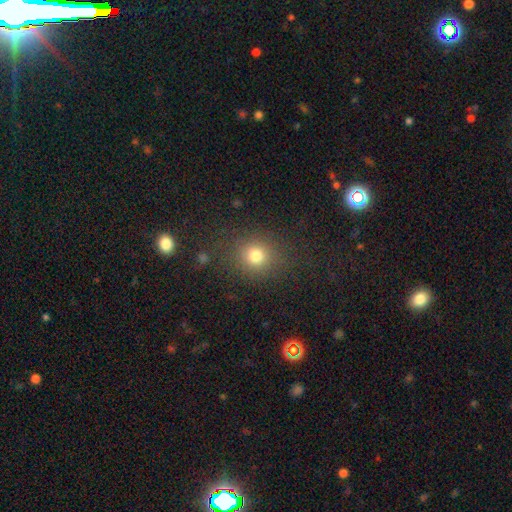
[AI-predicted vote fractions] smooth_or_featured: smooth (p=0.77) [alt: star or artifact p=0.16]
how_rounded: round (p=0.84) [alt: in between p=0.15]
merging: none (p=0.83) [alt: minor disturbance p=0.10]